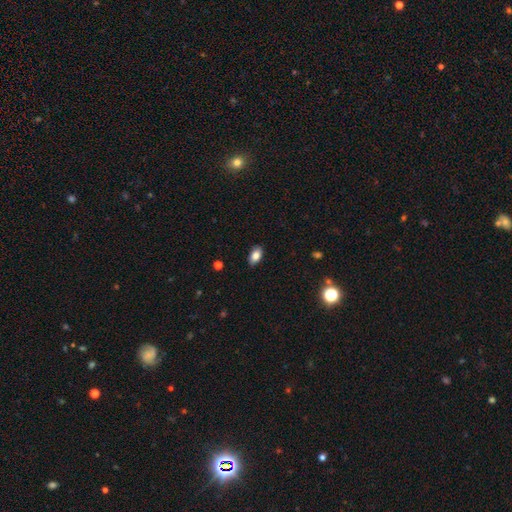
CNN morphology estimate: Smooth or featured?
  - smooth: 82% *
  - featured or disk: 9%
  - star or artifact: 8%
How rounded?
  - in between: 91% *
  - round: 6%
  - cigar-shaped: 3%
Merging?
  - none: 88% *
  - minor disturbance: 9%
  - major disturbance: 2%
  - merger: 1%